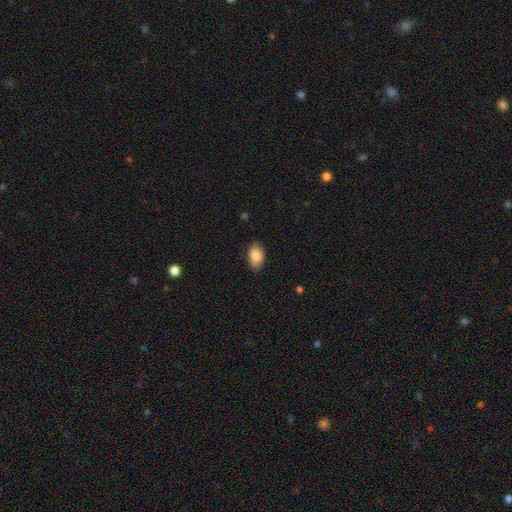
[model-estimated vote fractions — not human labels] This appears to be a smooth galaxy with no disk features (87%) that is in between round and cigar-shaped (91%). Merging: none (82%).